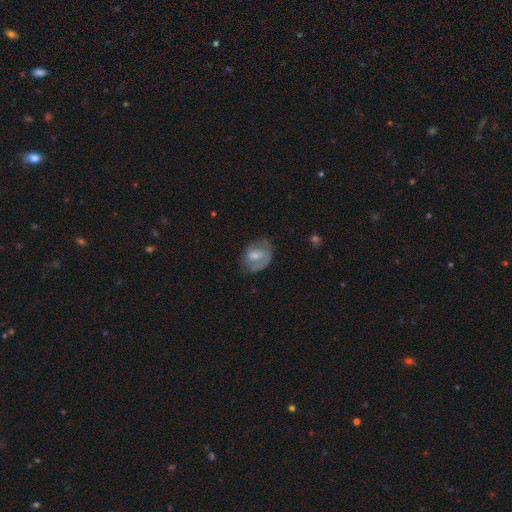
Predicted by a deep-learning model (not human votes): A smooth galaxy with no disk features (58%) that is in between round and cigar-shaped (66%).

Vote fractions:
- Smooth or featured? smooth: 58% / featured or disk: 34% / star or artifact: 8%
- How rounded? in between: 66% / round: 33% / cigar-shaped: 2%
- Merging? none: 52% / minor disturbance: 29% / major disturbance: 17% / merger: 2%